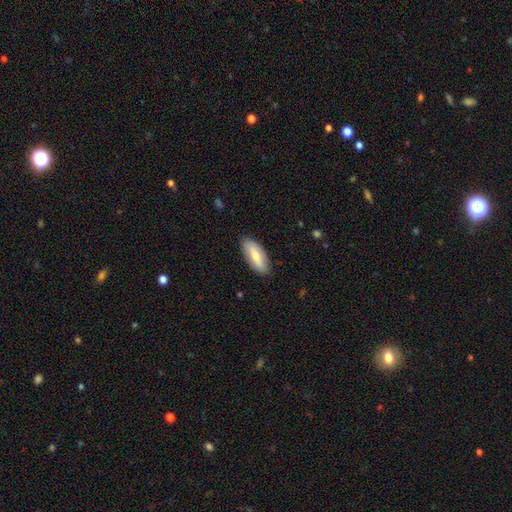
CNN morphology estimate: A smooth galaxy with no disk features (66%) that is in between round and cigar-shaped (78%).

Vote fractions:
- Smooth or featured? smooth: 66% / featured or disk: 28% / star or artifact: 6%
- How rounded? in between: 78% / cigar-shaped: 20% / round: 2%
- Merging? none: 86% / minor disturbance: 11% / major disturbance: 2% / merger: 1%